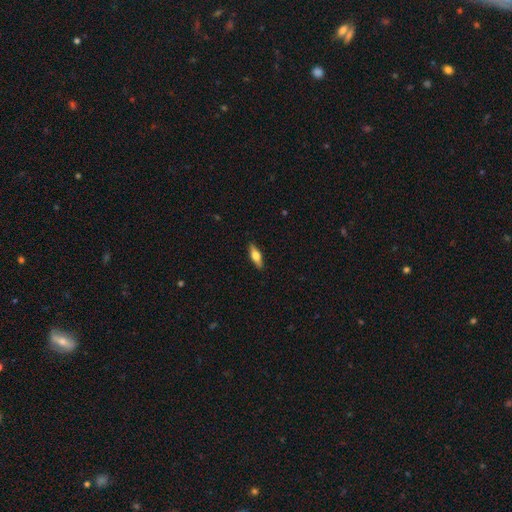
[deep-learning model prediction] Smooth or featured? smooth (57%)
How rounded? in between (57%)
Merging? none (88%)